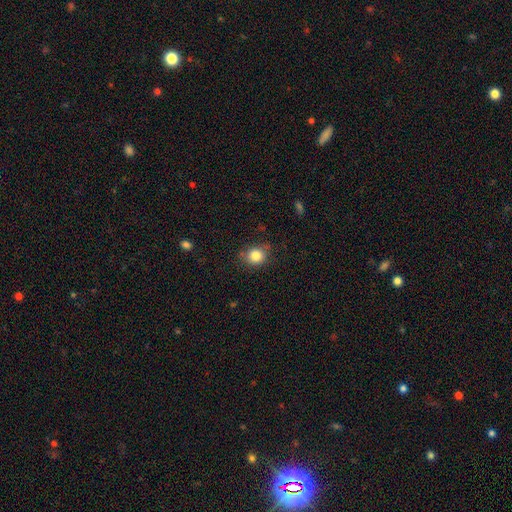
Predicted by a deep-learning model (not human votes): smooth-or-featured: smooth: 83% | star or artifact: 11% | featured or disk: 6%
  how-rounded: round: 76% | in between: 23% | cigar-shaped: 1%
  merging: none: 77% | minor disturbance: 17% | major disturbance: 4% | merger: 2%